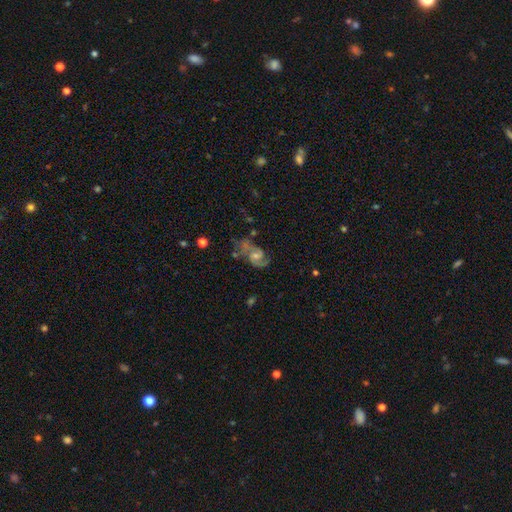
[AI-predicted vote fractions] Smooth or featured?
  - featured or disk: 77% *
  - smooth: 13%
  - star or artifact: 11%
Edge-on disk?
  - no: 97% *
  - yes: 3%
Bar?
  - no: 56% *
  - weak: 37%
  - strong: 7%
Spiral arms?
  - yes: 91% *
  - no: 9%
Spiral winding?
  - medium: 51% *
  - loose: 26%
  - tight: 23%
Spiral arm count?
  - 2: 79% *
  - can't tell: 9%
  - 1: 6%
  - 3: 3%
  - 4: 2%
  - more than 4: 2%
Bulge size?
  - moderate: 46% *
  - small: 42%
  - none: 7%
  - large: 4%
  - dominant: 1%
Merging?
  - none: 51% *
  - minor disturbance: 21%
  - major disturbance: 21%
  - merger: 7%